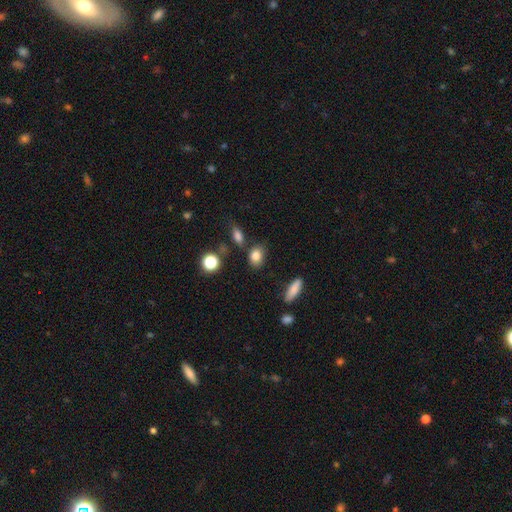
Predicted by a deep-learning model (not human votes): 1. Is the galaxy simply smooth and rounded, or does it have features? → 83% smooth, 10% star or artifact, 7% featured or disk.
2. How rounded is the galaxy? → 68% in between, 30% round, 2% cigar-shaped.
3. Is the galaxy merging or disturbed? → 75% none, 14% minor disturbance, 7% merger, 4% major disturbance.